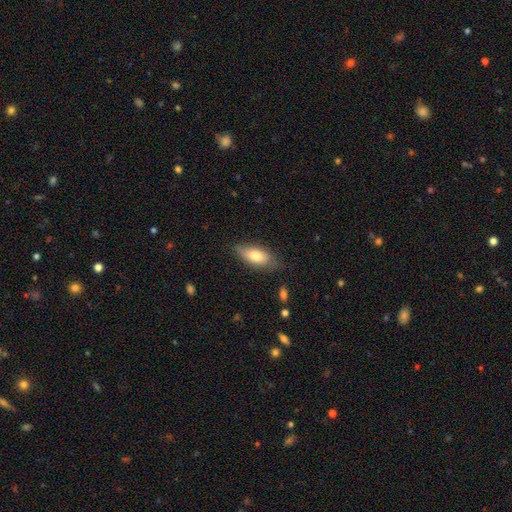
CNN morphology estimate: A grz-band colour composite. It shows a smooth galaxy with no disk features (75%) that is in between round and cigar-shaped (82%). Merging: none (72%).